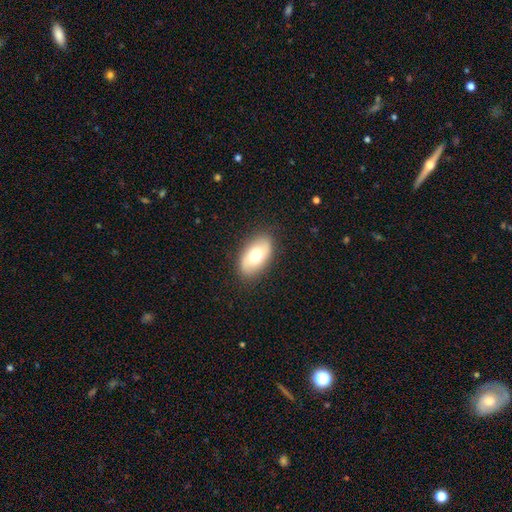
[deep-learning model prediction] smooth-or-featured: smooth: 66% | featured or disk: 27% | star or artifact: 6%
  how-rounded: in between: 93% | round: 5% | cigar-shaped: 2%
  merging: none: 86% | minor disturbance: 11% | major disturbance: 3% | merger: 1%